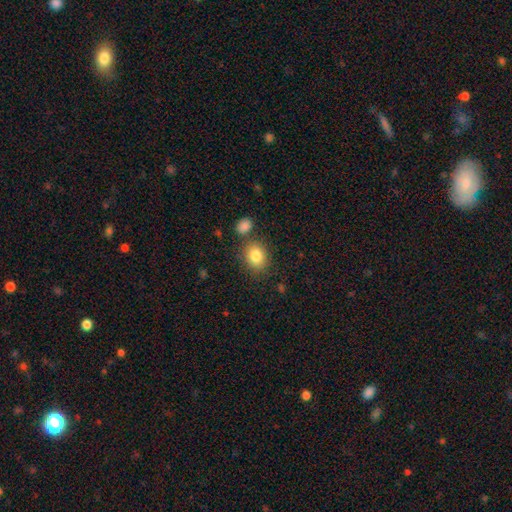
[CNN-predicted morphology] smooth-or-featured: smooth: 84% | star or artifact: 9% | featured or disk: 7%
  how-rounded: round: 52% | in between: 47% | cigar-shaped: 1%
  merging: none: 76% | minor disturbance: 11% | merger: 9% | major disturbance: 4%